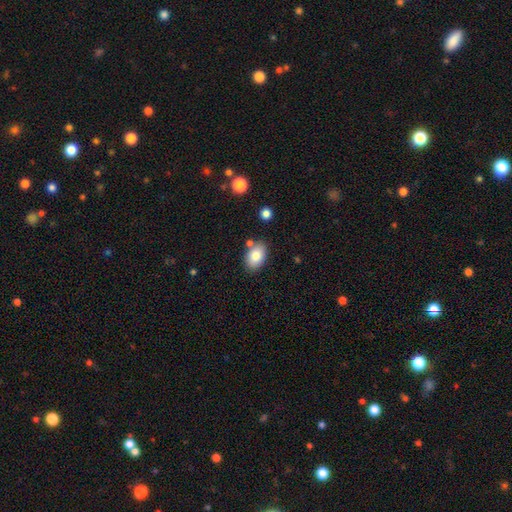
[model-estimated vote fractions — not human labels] Smooth or featured? Predicted: smooth (p=0.82). How rounded? Predicted: in between (p=0.87). Merging? Predicted: none (p=0.76).